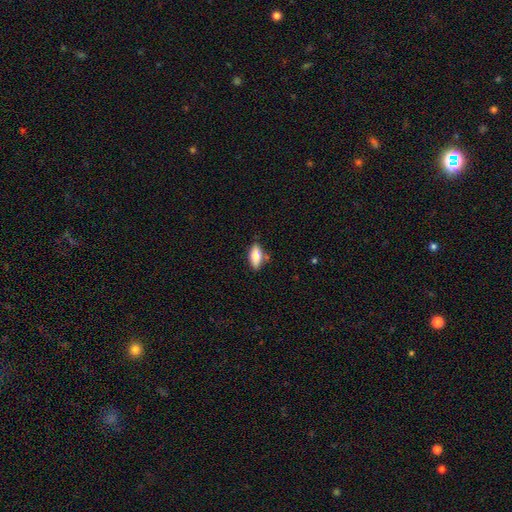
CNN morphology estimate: smooth_or_featured: smooth (p=0.74) [alt: featured or disk p=0.20]
how_rounded: in between (p=0.84) [alt: cigar-shaped p=0.12]
merging: none (p=0.75) [alt: minor disturbance p=0.17]